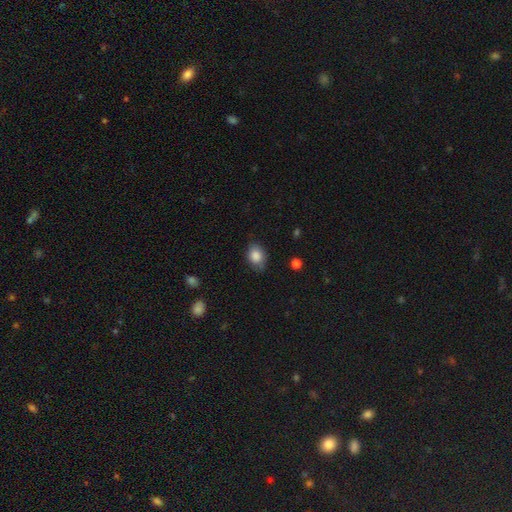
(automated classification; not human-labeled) smooth_or_featured: smooth (p=0.85) [alt: star or artifact p=0.08]
how_rounded: in between (p=0.68) [alt: round p=0.31]
merging: none (p=0.75) [alt: minor disturbance p=0.20]